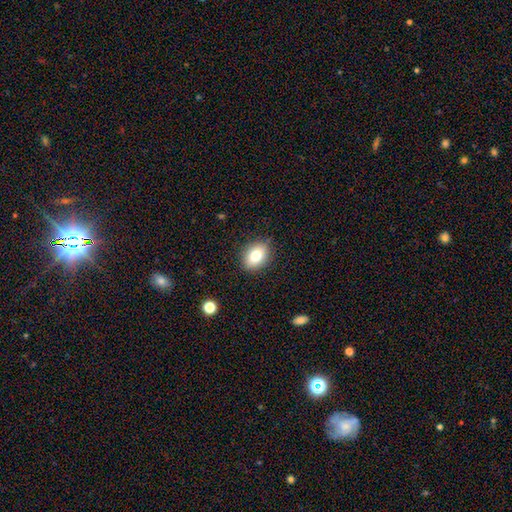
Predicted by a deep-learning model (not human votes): Smooth or featured? Predicted: smooth (p=0.79). How rounded? Predicted: in between (p=0.72). Merging? Predicted: none (p=0.85).